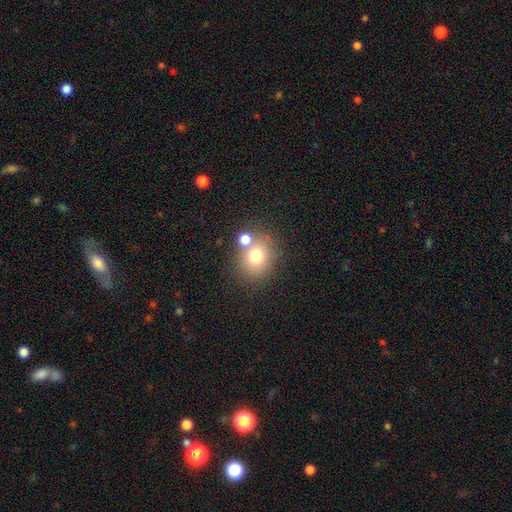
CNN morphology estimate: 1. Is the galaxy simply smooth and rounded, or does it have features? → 72% smooth, 14% star or artifact, 14% featured or disk.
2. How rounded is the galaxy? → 77% round, 22% in between, 1% cigar-shaped.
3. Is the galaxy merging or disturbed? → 61% none, 25% merger, 10% minor disturbance, 4% major disturbance.